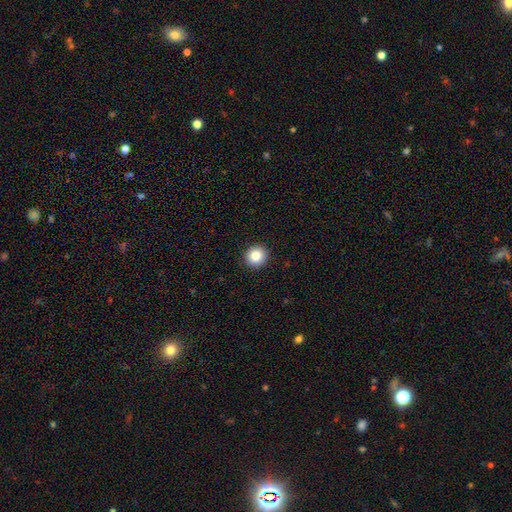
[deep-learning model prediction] The model was most divided on "smooth or featured": smooth: 85%, star or artifact: 10%, featured or disk: 5%. More confident: merging — none (93%); how rounded — round (91%).